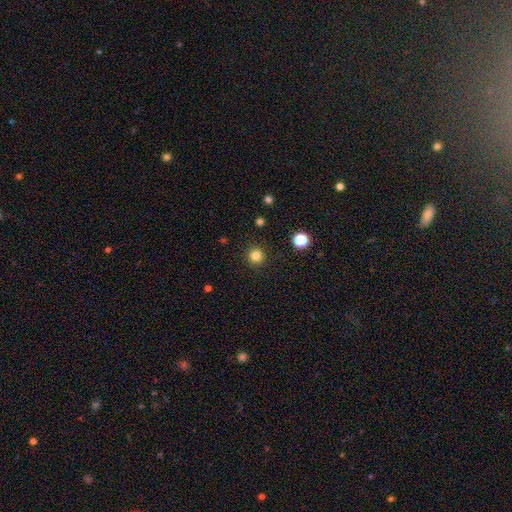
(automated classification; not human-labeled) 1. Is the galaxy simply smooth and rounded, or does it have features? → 82% smooth, 13% star or artifact, 5% featured or disk.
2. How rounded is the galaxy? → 95% round, 4% in between, 1% cigar-shaped.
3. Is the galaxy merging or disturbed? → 92% none, 5% minor disturbance, 2% major disturbance, 1% merger.